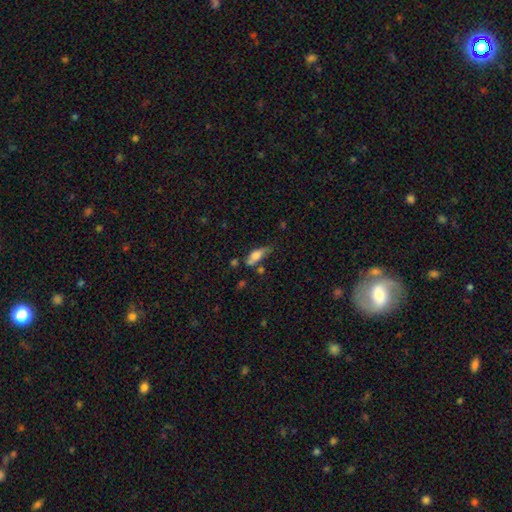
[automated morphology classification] A smooth galaxy with no disk features (70%) that is in between round and cigar-shaped (67%). Merging: none (43%).